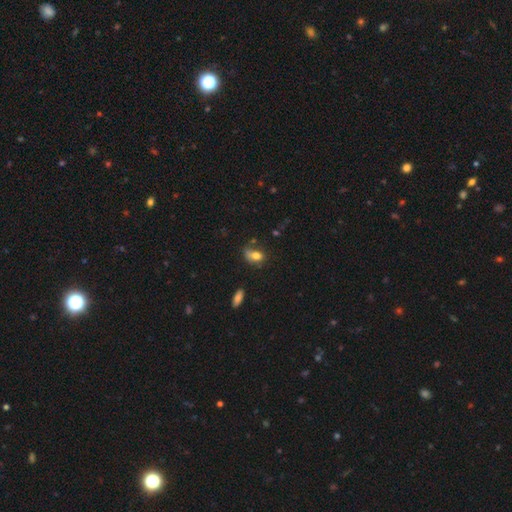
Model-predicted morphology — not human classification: The model was most divided on "merging": none: 41%, minor disturbance: 30%, major disturbance: 18%, merger: 11%. More confident: how rounded — in between (76%); smooth or featured — smooth (76%).